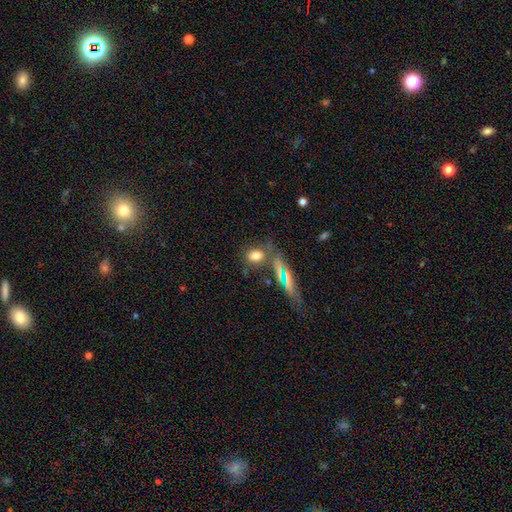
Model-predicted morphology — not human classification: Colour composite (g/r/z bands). It shows a smooth galaxy with no disk features (75%) that is in between round and cigar-shaped (65%). Merging: none (61%).